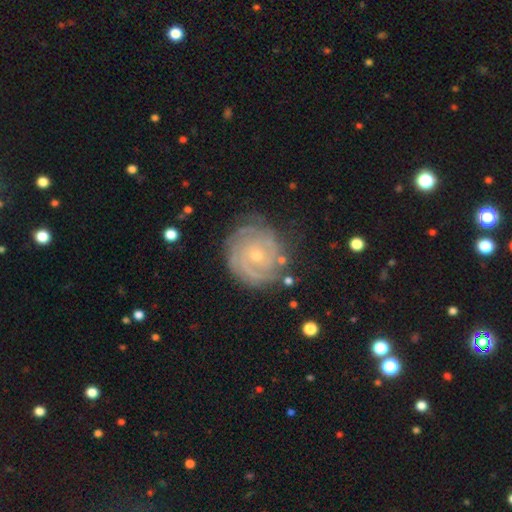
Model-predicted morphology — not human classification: The model was most divided on "spiral arm count": 2: 28%, can't tell: 26%, 3: 23%, 4: 12%, more than 4: 6%, 1: 6%. More confident: edge-on disk — no (98%); spiral arms — yes (96%); smooth or featured — featured or disk (86%); spiral winding — tight (81%); bar — no (77%); merging — none (76%); bulge size — small (68%).